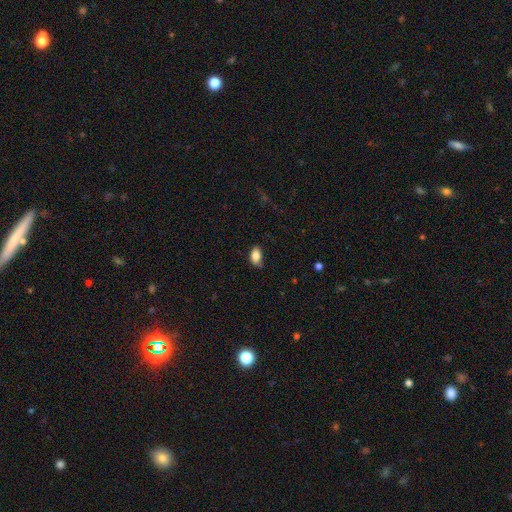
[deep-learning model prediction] Morphology: type=smooth (84%); roundness=in between (89%); merging=none (66%).